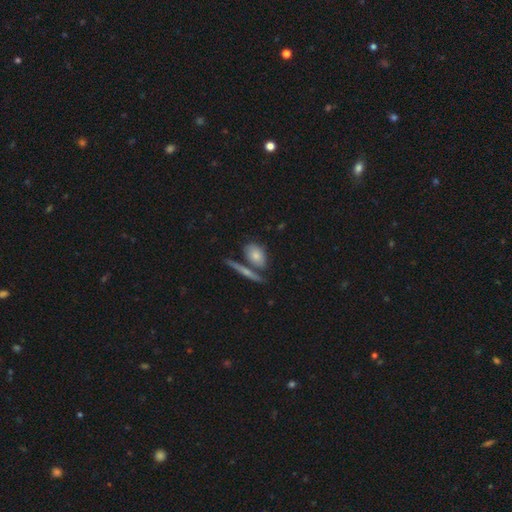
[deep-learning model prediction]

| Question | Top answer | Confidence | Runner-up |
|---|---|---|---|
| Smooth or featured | smooth | 63% | featured or disk (28%) |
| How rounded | in between | 68% | round (16%) |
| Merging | none | 57% | merger (25%) |